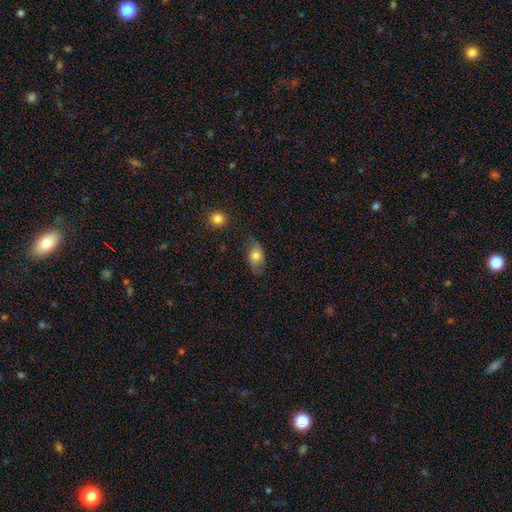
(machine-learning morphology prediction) A smooth galaxy with no disk features (69%) that is in between round and cigar-shaped (81%).

Vote fractions:
- Smooth or featured? smooth: 69% / featured or disk: 23% / star or artifact: 9%
- How rounded? in between: 81% / round: 16% / cigar-shaped: 3%
- Merging? none: 67% / minor disturbance: 24% / major disturbance: 7% / merger: 2%